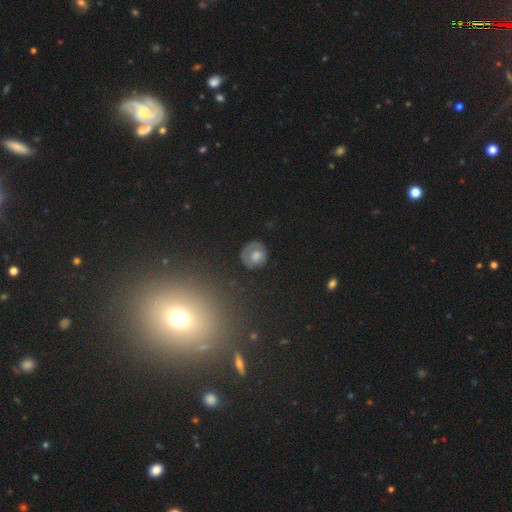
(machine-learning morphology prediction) Smooth or featured: smooth — 60% (featured or disk — 30%)
How rounded: round — 85% (in between — 14%)
Merging: none — 69% (minor disturbance — 20%)